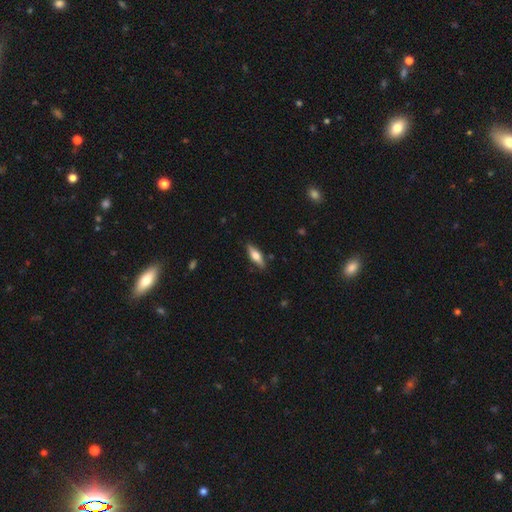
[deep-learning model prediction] Smooth or featured? smooth (58%)
How rounded? in between (49%)
Merging? none (86%)